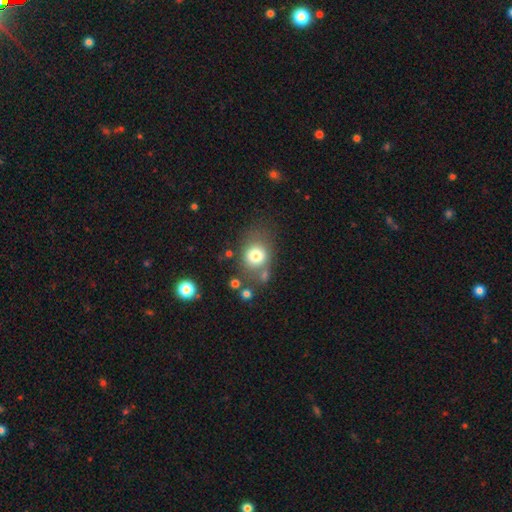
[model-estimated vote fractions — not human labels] Smooth or featured?
  - smooth: 76% *
  - featured or disk: 13%
  - star or artifact: 11%
How rounded?
  - round: 65% *
  - in between: 34%
  - cigar-shaped: 1%
Merging?
  - none: 61% *
  - minor disturbance: 19%
  - major disturbance: 10%
  - merger: 10%